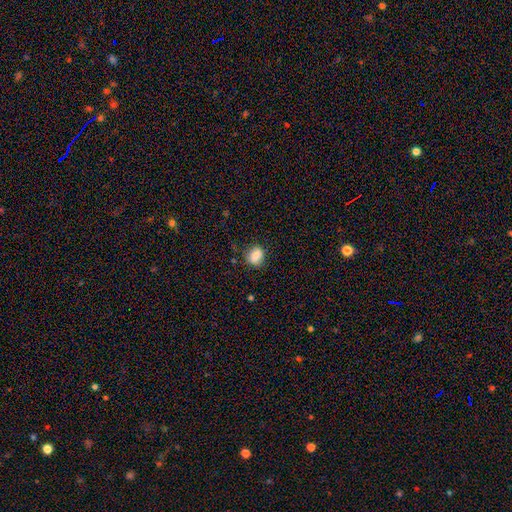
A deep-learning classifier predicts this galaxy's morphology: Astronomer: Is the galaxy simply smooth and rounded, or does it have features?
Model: smooth — 85%.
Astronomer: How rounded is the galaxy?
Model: in between — 61% (runner-up: round, 37%).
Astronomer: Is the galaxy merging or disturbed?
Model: none — 73%.